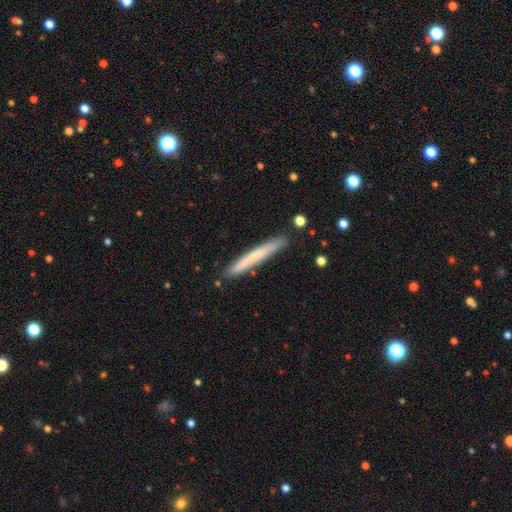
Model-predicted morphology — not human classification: Smooth or featured?
  - smooth: 63% *
  - featured or disk: 31%
  - star or artifact: 6%
How rounded?
  - cigar-shaped: 97% *
  - in between: 2%
  - round: 1%
Merging?
  - none: 87% *
  - minor disturbance: 10%
  - merger: 2%
  - major disturbance: 2%